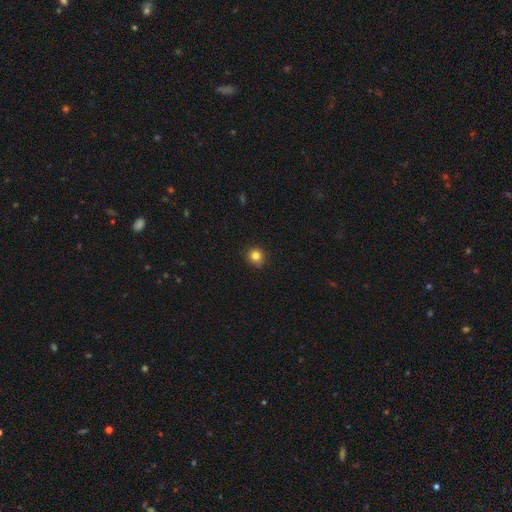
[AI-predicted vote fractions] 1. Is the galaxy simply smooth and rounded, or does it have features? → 83% smooth, 12% star or artifact, 5% featured or disk.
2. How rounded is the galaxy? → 87% round, 12% in between, 1% cigar-shaped.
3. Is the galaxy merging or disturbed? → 90% none, 8% minor disturbance, 2% major disturbance, 1% merger.